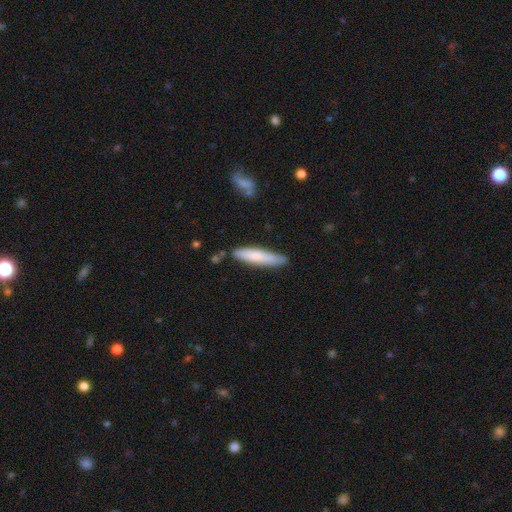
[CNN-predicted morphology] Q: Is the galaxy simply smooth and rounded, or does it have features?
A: smooth — 60%.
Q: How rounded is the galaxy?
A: cigar-shaped — 87%.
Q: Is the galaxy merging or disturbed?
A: none — 79%.